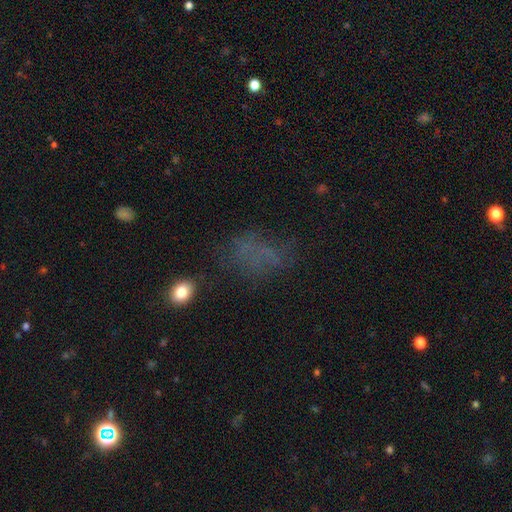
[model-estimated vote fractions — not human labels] smooth_or_featured: smooth (p=0.47) [alt: star or artifact p=0.34]
merging: none (p=0.53) [alt: major disturbance p=0.23]